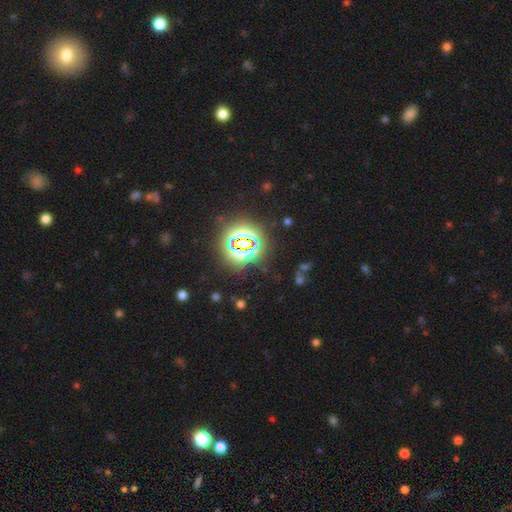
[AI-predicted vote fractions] A star or artifact, not a galaxy (83%).